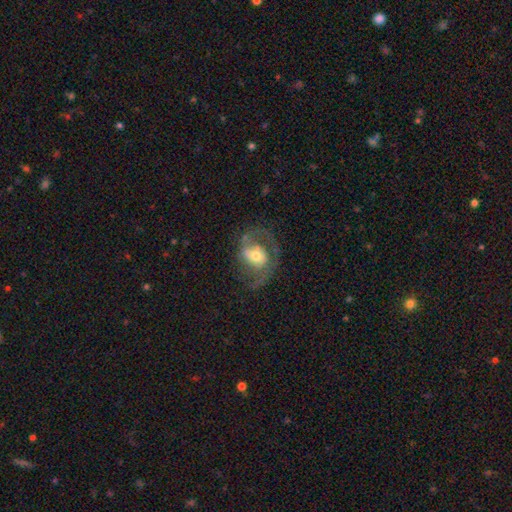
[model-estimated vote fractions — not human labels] Smooth or featured? Predicted: featured or disk (p=0.70). Edge-on disk? Predicted: no (p=0.96). Bar? Predicted: no (p=0.57). Spiral arms? Predicted: yes (p=0.80). Spiral winding? Predicted: medium (p=0.48). Spiral arm count? Predicted: 2 (p=0.71). Bulge size? Predicted: moderate (p=0.62). Merging? Predicted: none (p=0.54).